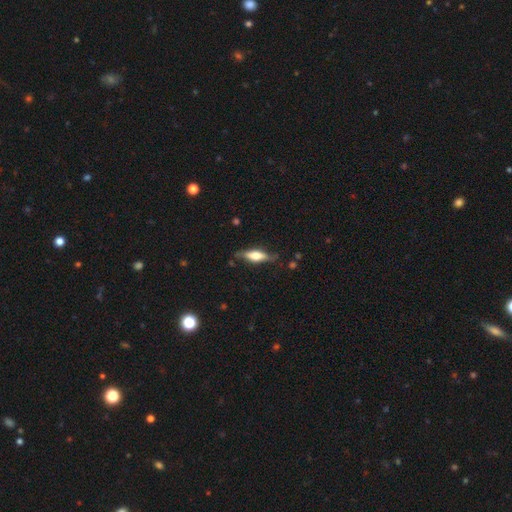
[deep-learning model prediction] Smooth or featured: featured or disk — 50% (smooth — 44%)
Merging: none — 76% (minor disturbance — 18%)